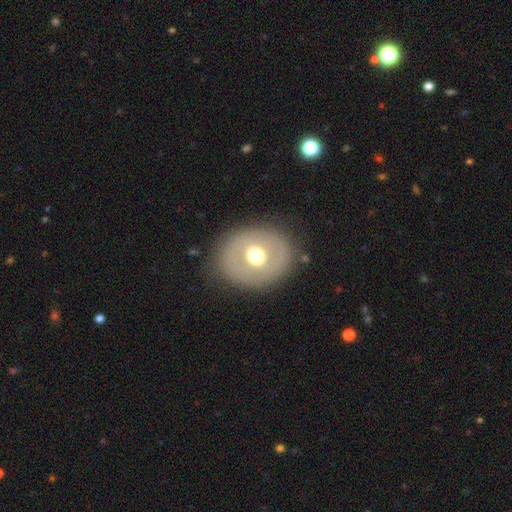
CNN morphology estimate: This appears to be a smooth galaxy with no disk features (50%) that is round (59%). Merging: none (82%).